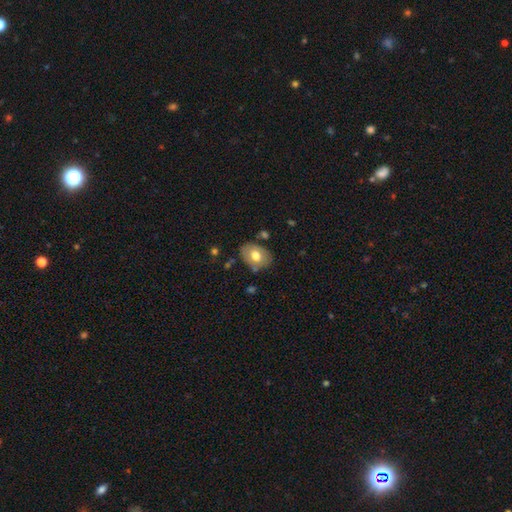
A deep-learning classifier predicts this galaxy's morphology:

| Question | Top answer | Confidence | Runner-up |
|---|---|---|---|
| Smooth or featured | smooth | 68% | featured or disk (25%) |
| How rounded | in between | 72% | round (27%) |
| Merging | none | 73% | minor disturbance (17%) |